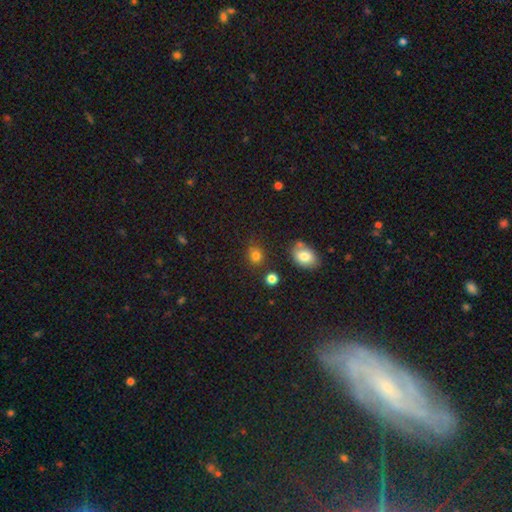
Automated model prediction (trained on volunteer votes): The model was most divided on "how rounded": round: 74%, in between: 25%, cigar-shaped: 1%. More confident: smooth or featured — smooth (80%); merging — none (78%).